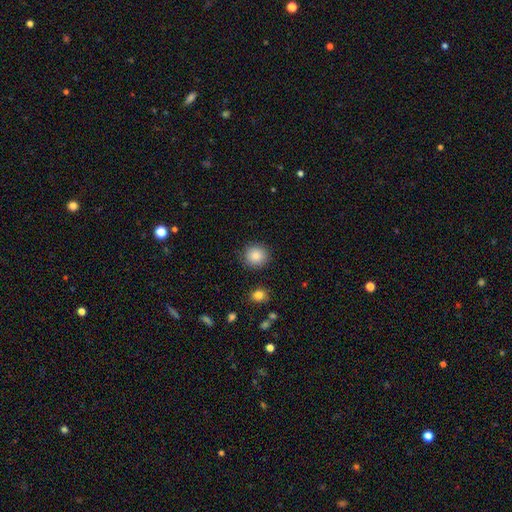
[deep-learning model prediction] Q: Smooth or featured?
A: smooth (86%); runner-up: star or artifact (9%)
Q: How rounded?
A: round (91%); runner-up: in between (8%)
Q: Merging?
A: none (89%); runner-up: minor disturbance (7%)